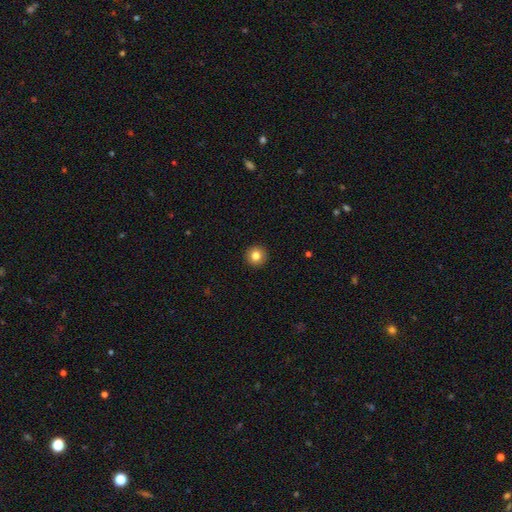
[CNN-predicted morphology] Smooth or featured? smooth (82%)
How rounded? round (95%)
Merging? none (93%)